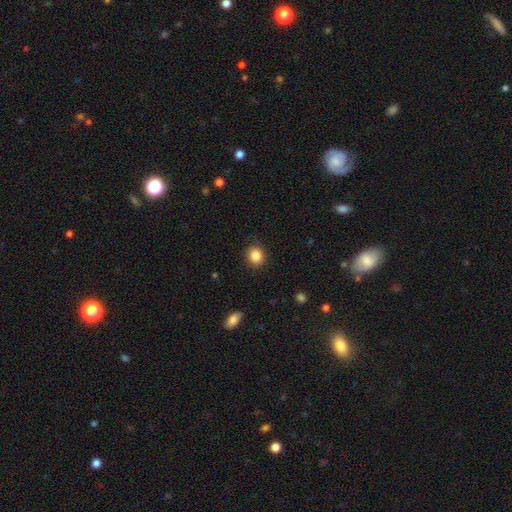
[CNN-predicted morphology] type=smooth (87%); roundness=round (80%); merging=none (88%).